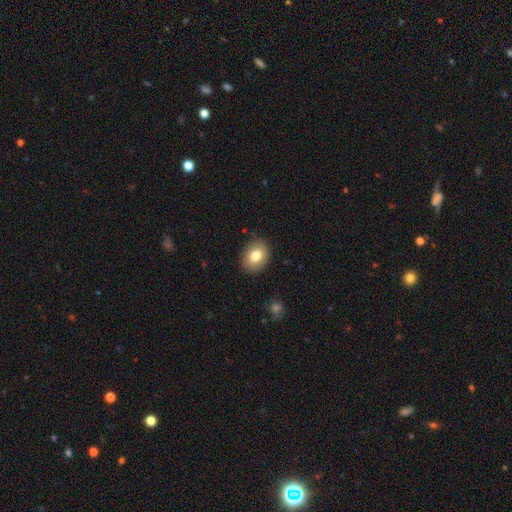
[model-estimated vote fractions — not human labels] This appears to be a smooth galaxy with no disk features (80%) that is in between round and cigar-shaped (64%). Merging: none (87%).